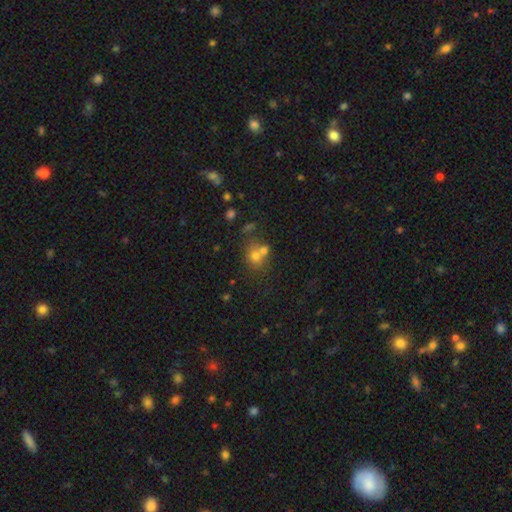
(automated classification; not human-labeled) Smooth or featured? smooth (65%)
How rounded? round (71%)
Merging? merger (43%)